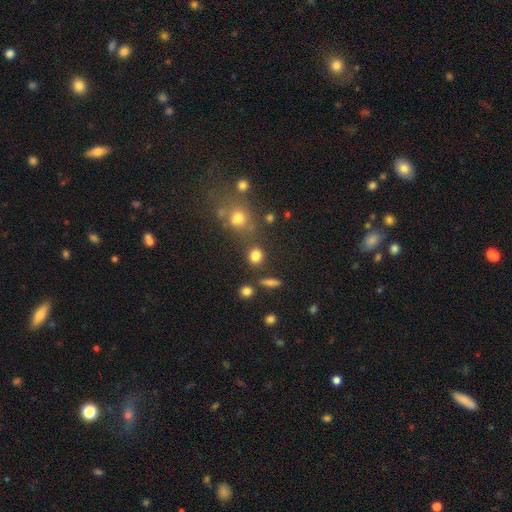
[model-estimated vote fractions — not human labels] The model was most divided on "merging": none: 73%, merger: 12%, minor disturbance: 10%, major disturbance: 4%. More confident: how rounded — round (80%); smooth or featured — smooth (79%).